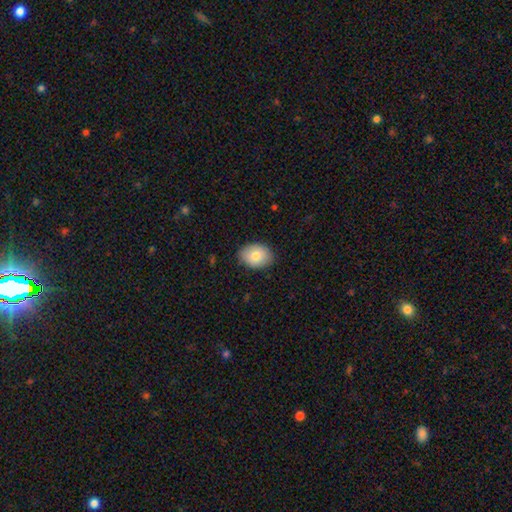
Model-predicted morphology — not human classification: A smooth galaxy with no disk features (79%) that is in between round and cigar-shaped (74%).

Vote fractions:
- Smooth or featured? smooth: 79% / featured or disk: 13% / star or artifact: 7%
- How rounded? in between: 74% / round: 25% / cigar-shaped: 1%
- Merging? none: 85% / minor disturbance: 12% / major disturbance: 2% / merger: 1%